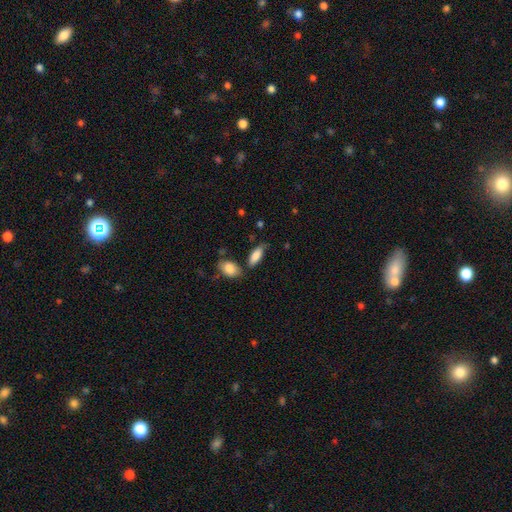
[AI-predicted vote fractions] A smooth galaxy with no disk features (83%) that is in between round and cigar-shaped (78%).

Vote fractions:
- Smooth or featured? smooth: 83% / featured or disk: 10% / star or artifact: 7%
- How rounded? in between: 78% / cigar-shaped: 19% / round: 3%
- Merging? none: 58% / minor disturbance: 26% / merger: 9% / major disturbance: 7%